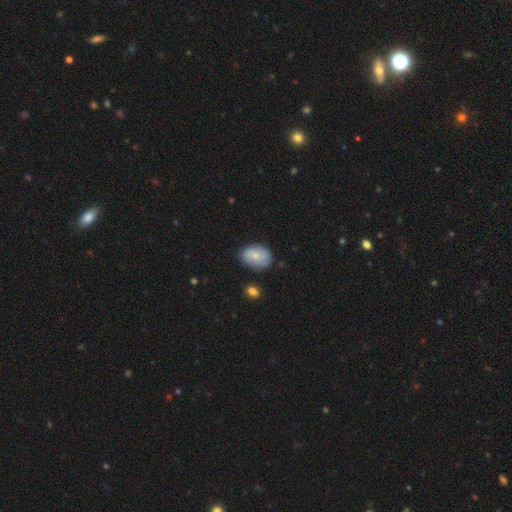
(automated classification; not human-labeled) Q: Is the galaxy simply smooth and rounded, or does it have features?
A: smooth — 56%.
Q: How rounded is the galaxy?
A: in between — 69%.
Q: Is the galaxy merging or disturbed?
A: none — 76%.